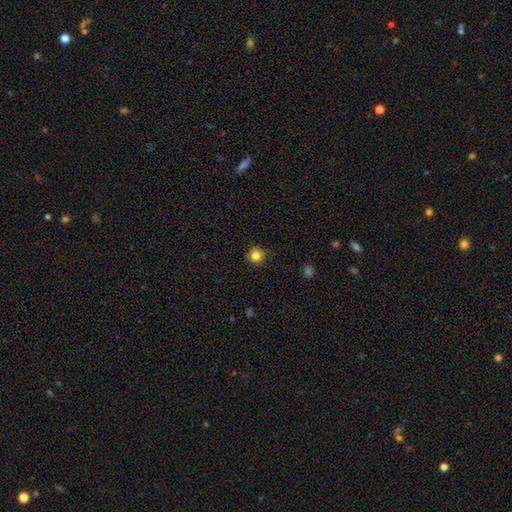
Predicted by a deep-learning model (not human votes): Smooth or featured?
  - smooth: 84% *
  - star or artifact: 12%
  - featured or disk: 5%
How rounded?
  - round: 93% *
  - in between: 6%
  - cigar-shaped: 1%
Merging?
  - none: 89% *
  - minor disturbance: 7%
  - major disturbance: 2%
  - merger: 1%